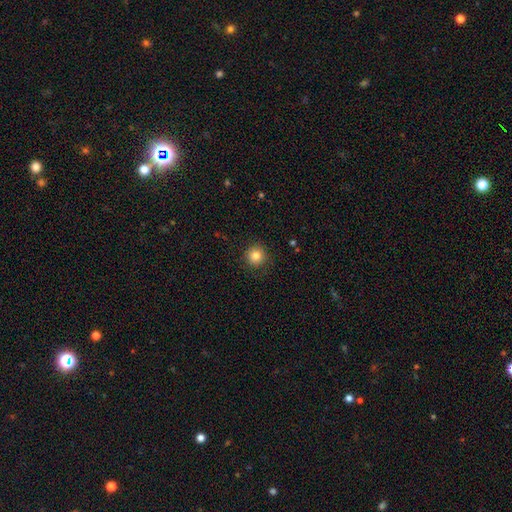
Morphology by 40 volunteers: Overall: smooth (98%). How rounded: round (97%). Merging: none (90%).